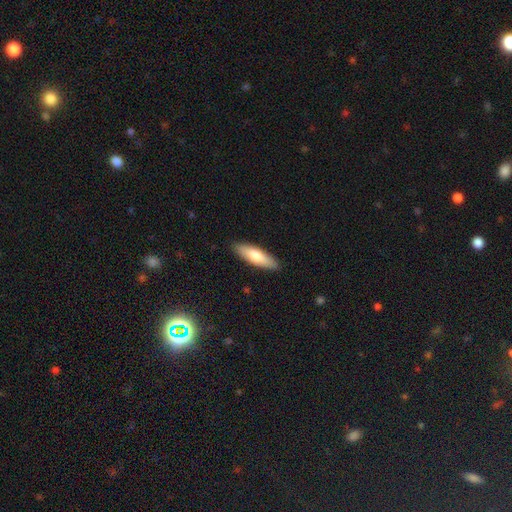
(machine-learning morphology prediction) A smooth galaxy with no disk features (74%) that is cigar-shaped (56%).

Vote fractions:
- Smooth or featured? smooth: 74% / featured or disk: 21% / star or artifact: 5%
- How rounded? cigar-shaped: 56% / in between: 43% / round: 2%
- Merging? none: 89% / minor disturbance: 8% / major disturbance: 2% / merger: 1%